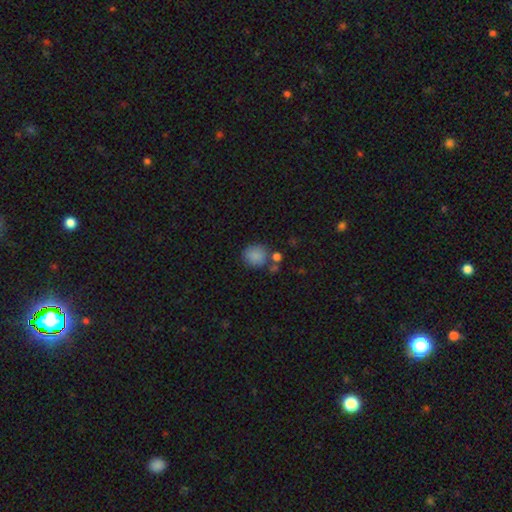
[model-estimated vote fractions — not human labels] Morphology: type=smooth (85%); roundness=round (84%); merging=none (67%).